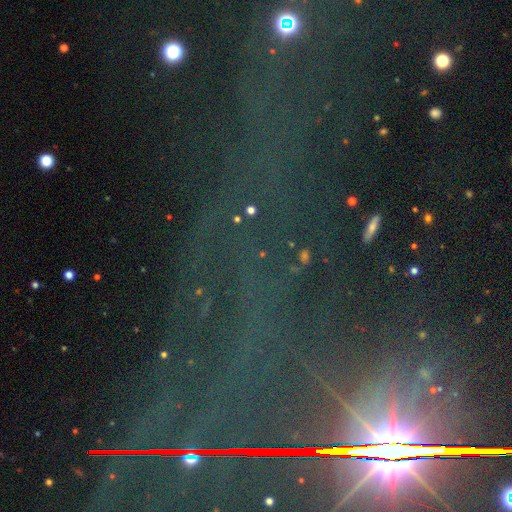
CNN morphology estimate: Q: Smooth or featured?
A: star or artifact (83%); runner-up: featured or disk (9%)